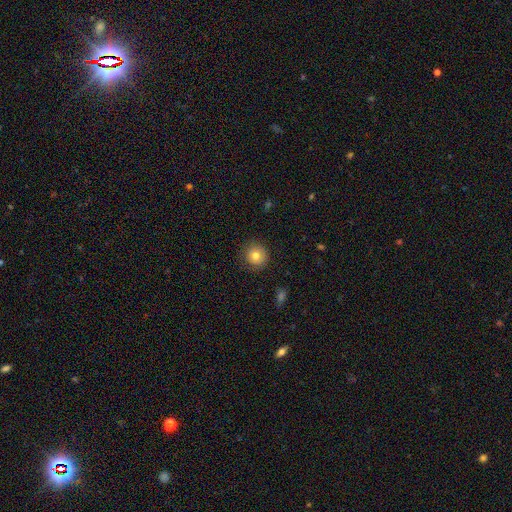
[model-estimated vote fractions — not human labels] Morphology: type=smooth (79%); roundness=round (94%); merging=none (88%).